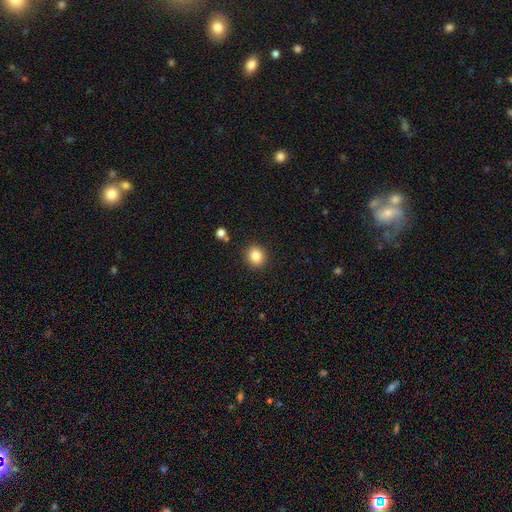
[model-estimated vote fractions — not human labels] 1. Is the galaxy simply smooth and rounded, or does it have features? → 85% smooth, 10% star or artifact, 5% featured or disk.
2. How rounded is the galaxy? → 83% round, 16% in between, 1% cigar-shaped.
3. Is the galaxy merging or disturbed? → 90% none, 6% minor disturbance, 2% major disturbance, 2% merger.